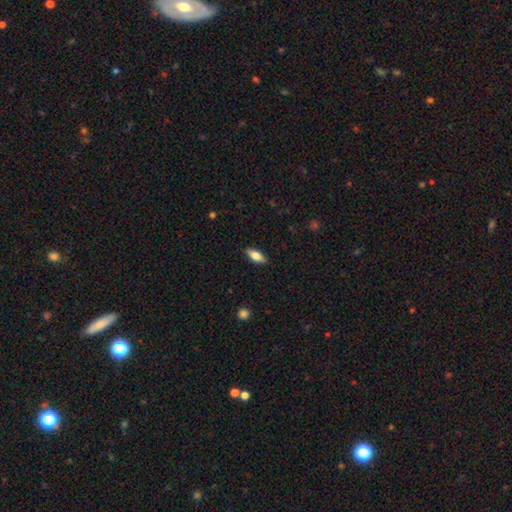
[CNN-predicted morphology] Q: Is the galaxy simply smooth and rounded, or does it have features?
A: smooth — 74%.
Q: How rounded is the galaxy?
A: in between — 81%.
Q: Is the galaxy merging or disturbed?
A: none — 88%.